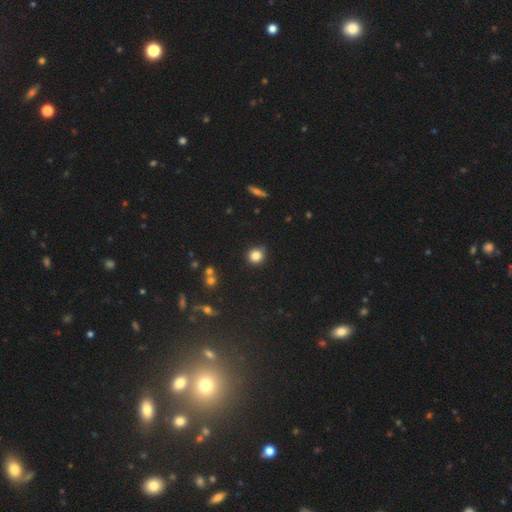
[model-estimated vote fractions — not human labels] This is clearly a smooth galaxy (83%). How rounded: clearly round (91%). Merging: clearly none (86%).